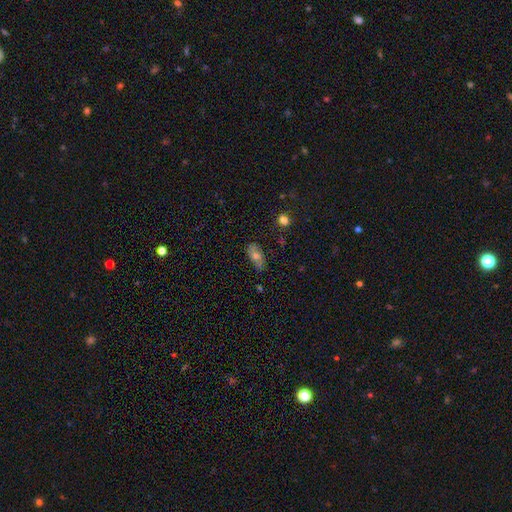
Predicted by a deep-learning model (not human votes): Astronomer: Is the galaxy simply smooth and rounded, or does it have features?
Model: smooth — 59%.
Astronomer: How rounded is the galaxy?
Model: in between — 81%.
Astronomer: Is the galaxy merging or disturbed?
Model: none — 76%.